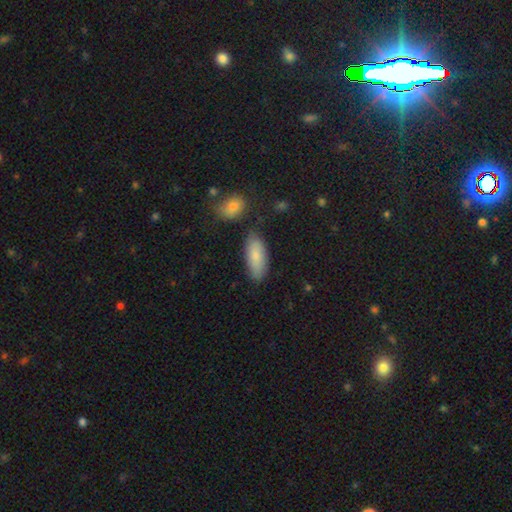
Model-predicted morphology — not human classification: A smooth galaxy with no disk features (82%) that is in between round and cigar-shaped (80%). Merging: none (76%).